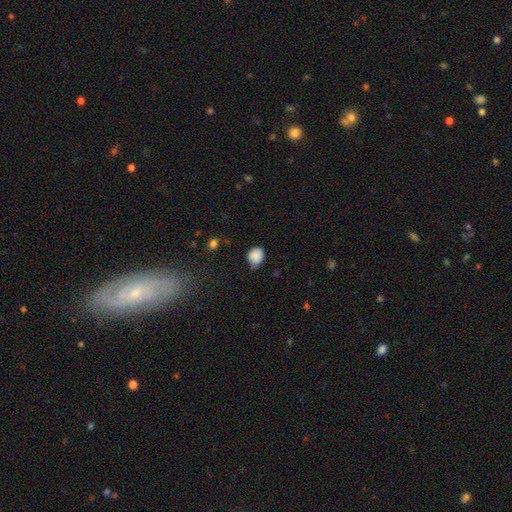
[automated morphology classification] This appears to be a smooth galaxy with no disk features (87%) that is round (63%). Merging: none (66%).